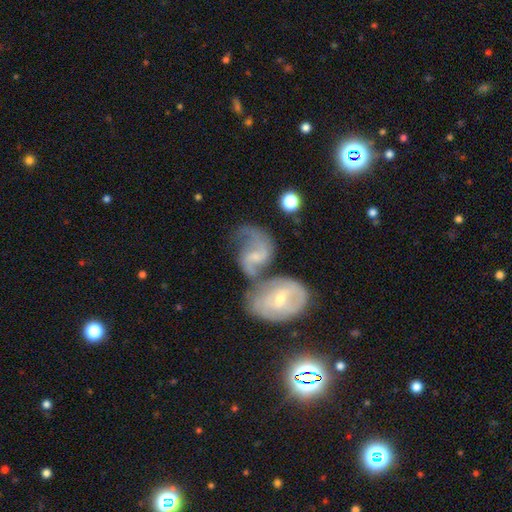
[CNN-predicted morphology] This is likely a featured or disk galaxy (79%). It is clearly not viewed edge-on (97%). Bar: possibly weak (51%). Spiral arm pattern: clearly yes (93%). Spiral arm count: likely 2 (78%). Spiral winding: possibly loose (51%). Central bulge: possibly small (57%). Merging: possibly merger (56%).